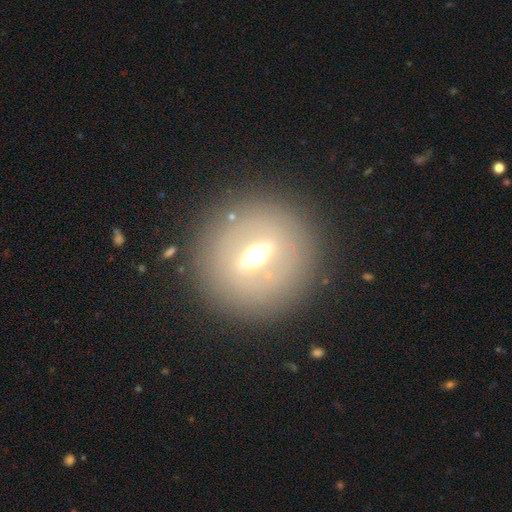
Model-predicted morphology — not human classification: This is possibly a featured or disk galaxy (57%). It is possibly not viewed edge-on (55%). Merging: clearly none (86%).